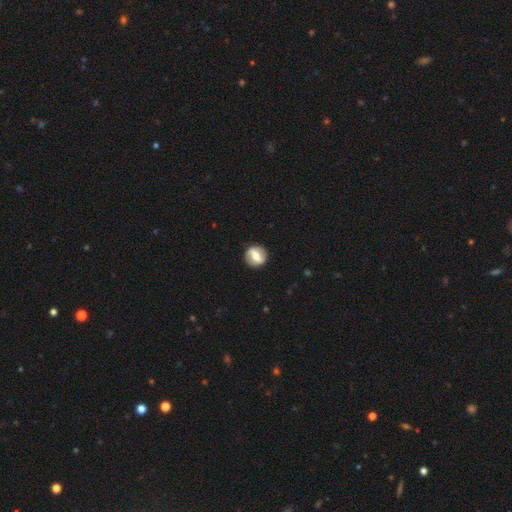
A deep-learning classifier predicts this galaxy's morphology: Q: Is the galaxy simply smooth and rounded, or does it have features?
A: featured or disk — 58%.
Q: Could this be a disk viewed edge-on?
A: no — 90%.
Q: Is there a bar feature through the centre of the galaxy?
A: strong — 65%.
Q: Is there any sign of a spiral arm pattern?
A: yes — 51%.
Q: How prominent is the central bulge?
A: moderate — 48%.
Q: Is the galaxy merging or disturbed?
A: none — 87%.